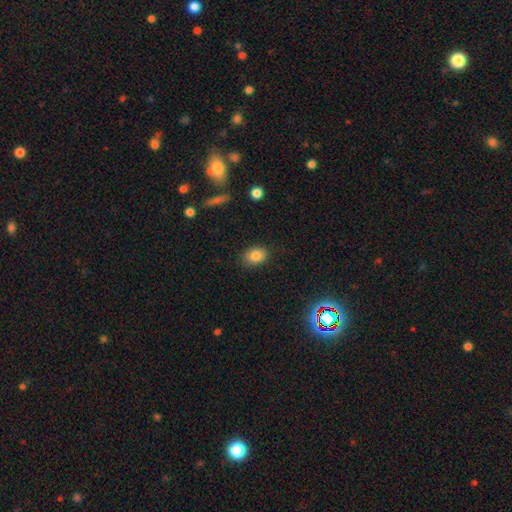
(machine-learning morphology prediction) Q: Smooth or featured?
A: smooth (83%); runner-up: star or artifact (9%)
Q: How rounded?
A: in between (70%); runner-up: round (29%)
Q: Merging?
A: none (85%); runner-up: minor disturbance (11%)